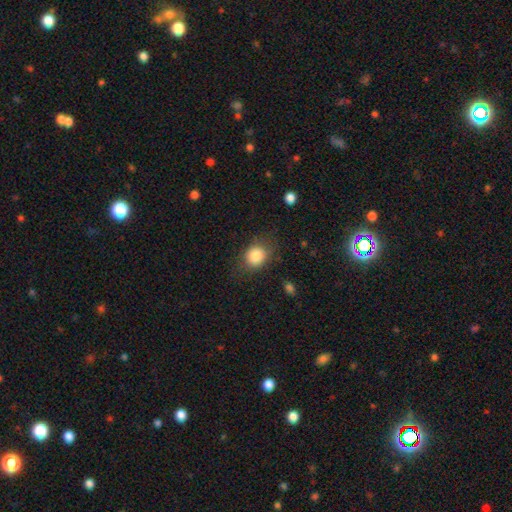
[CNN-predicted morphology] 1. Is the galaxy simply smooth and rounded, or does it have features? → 84% smooth, 9% star or artifact, 7% featured or disk.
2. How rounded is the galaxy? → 59% round, 40% in between, 1% cigar-shaped.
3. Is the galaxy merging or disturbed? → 73% none, 18% minor disturbance, 8% major disturbance, 2% merger.